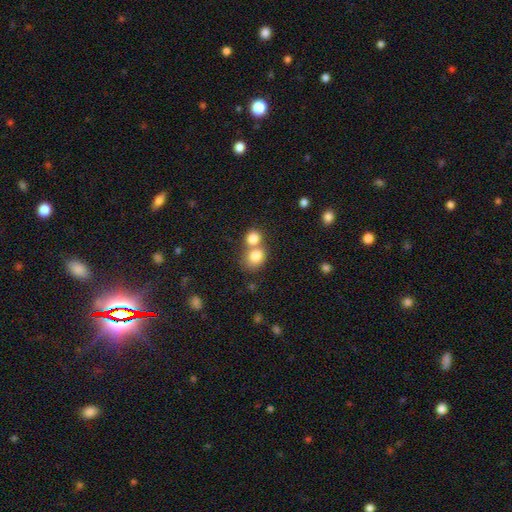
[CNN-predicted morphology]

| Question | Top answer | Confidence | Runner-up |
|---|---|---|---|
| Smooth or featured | smooth | 80% | star or artifact (10%) |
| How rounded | round | 69% | in between (30%) |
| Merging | merger | 54% | none (36%) |